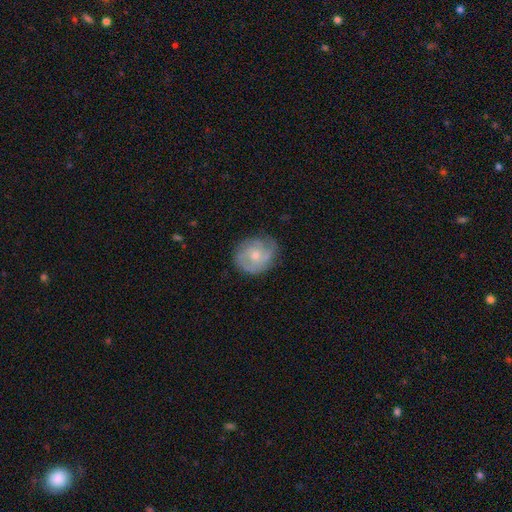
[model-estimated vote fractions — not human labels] smooth_or_featured: featured or disk (p=0.65) [alt: smooth p=0.29]
disk_edge_on: no (p=0.98) [alt: yes p=0.02]
bar: no (p=0.75) [alt: weak p=0.22]
has_spiral_arms: yes (p=0.87) [alt: no p=0.13]
spiral_winding: tight (p=0.51) [alt: medium p=0.37]
spiral_arm_count: 2 (p=0.29) [tied with: can't tell p=0.29]
bulge_size: small (p=0.51) [alt: moderate p=0.44]
merging: none (p=0.72) [alt: minor disturbance p=0.20]